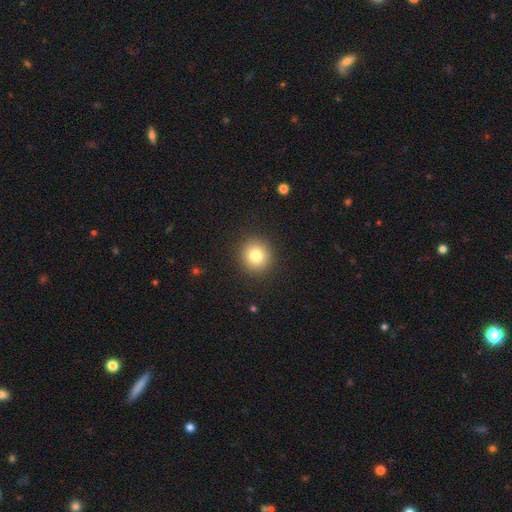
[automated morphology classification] Smooth or featured? smooth (81%)
How rounded? round (91%)
Merging? none (91%)